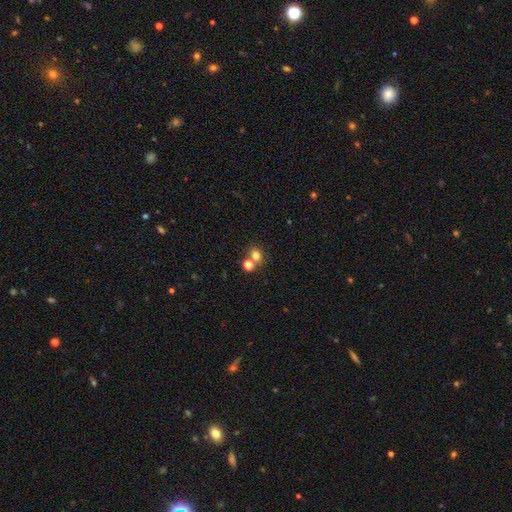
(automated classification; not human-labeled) smooth_or_featured: smooth (p=0.73) [alt: star or artifact p=0.17]
how_rounded: round (p=0.73) [alt: in between p=0.26]
merging: none (p=0.57) [alt: merger p=0.32]